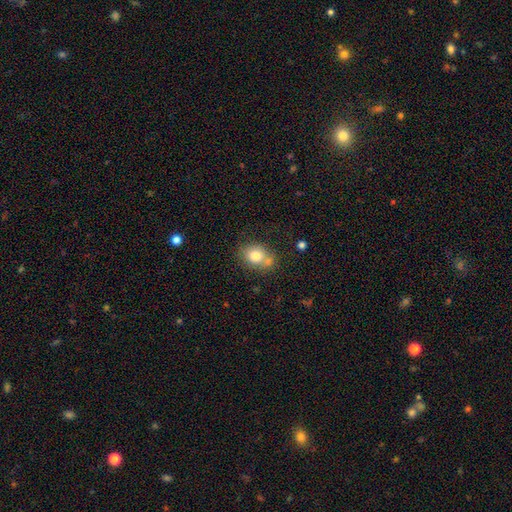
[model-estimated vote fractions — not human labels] smooth-or-featured: smooth: 79% | featured or disk: 12% | star or artifact: 9%
  how-rounded: in between: 54% | round: 45% | cigar-shaped: 1%
  merging: none: 56% | merger: 22% | minor disturbance: 17% | major disturbance: 5%